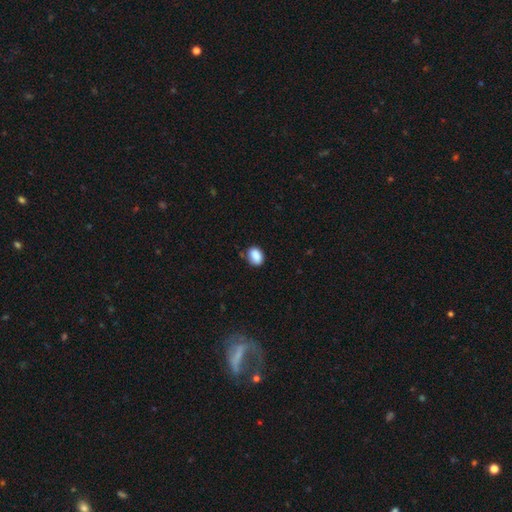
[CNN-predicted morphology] This is clearly a smooth galaxy (88%). How rounded: likely in between (72%). Merging: likely none (75%).